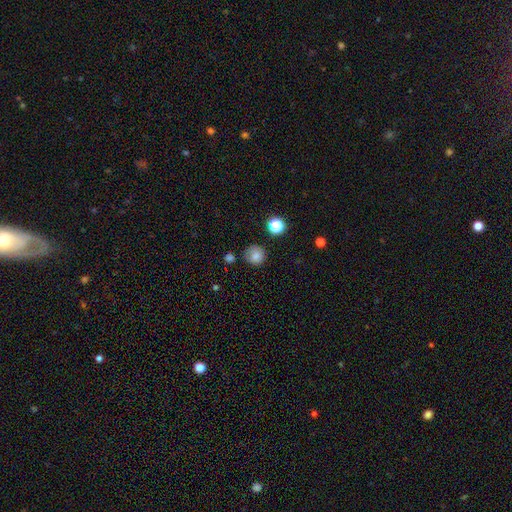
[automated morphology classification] Smooth or featured?
  - smooth: 80% *
  - star or artifact: 12%
  - featured or disk: 8%
How rounded?
  - round: 90% *
  - in between: 10%
  - cigar-shaped: 1%
Merging?
  - none: 72% *
  - minor disturbance: 18%
  - major disturbance: 5%
  - merger: 4%